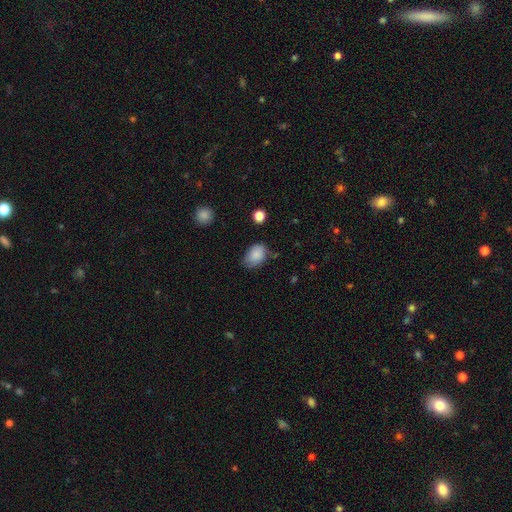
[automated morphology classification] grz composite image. It shows a smooth galaxy with no disk features (83%) that is in between round and cigar-shaped (80%). Merging: none (60%).